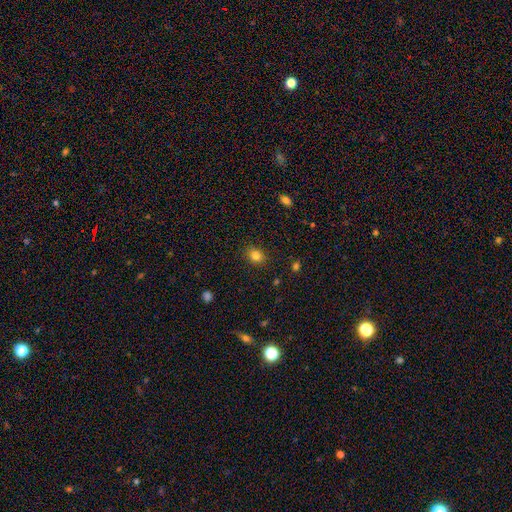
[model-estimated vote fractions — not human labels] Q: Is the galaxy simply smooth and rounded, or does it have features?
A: smooth — 83%.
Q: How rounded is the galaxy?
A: round — 58%.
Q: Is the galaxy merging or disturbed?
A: none — 87%.